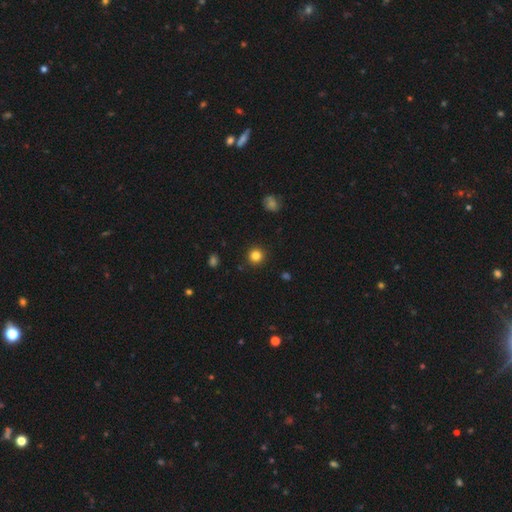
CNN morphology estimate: A smooth galaxy with no disk features (83%) that is round (94%).

Vote fractions:
- Smooth or featured? smooth: 83% / star or artifact: 13% / featured or disk: 5%
- How rounded? round: 94% / in between: 5% / cigar-shaped: 1%
- Merging? none: 91% / minor disturbance: 5% / major disturbance: 2% / merger: 1%